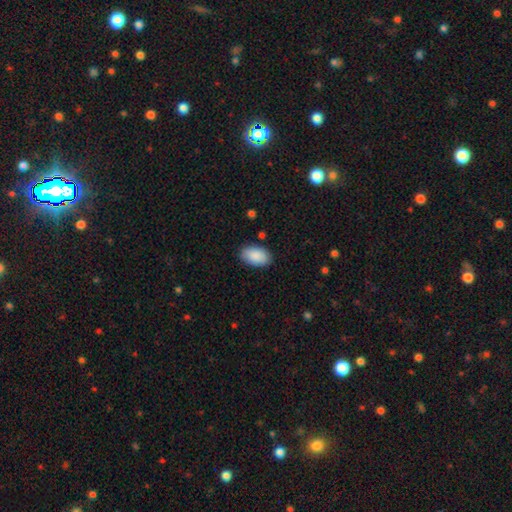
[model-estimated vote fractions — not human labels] smooth 90%, star or artifact 6%, featured or disk 4%. Down the decision tree: how rounded — in between (94%); merging — none (86%).